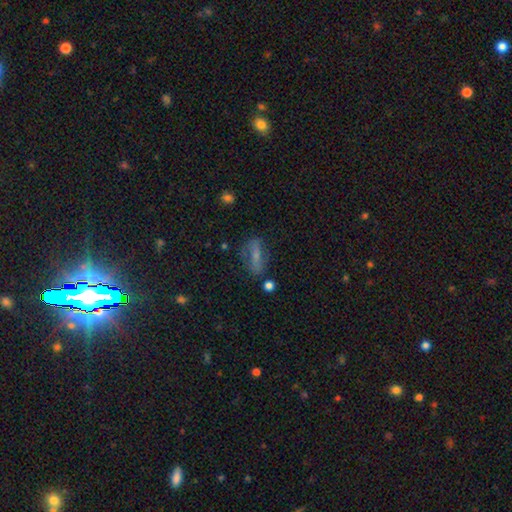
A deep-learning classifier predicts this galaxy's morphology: Smooth or featured?
  - smooth: 55% *
  - featured or disk: 31%
  - star or artifact: 14%
How rounded?
  - in between: 57% *
  - cigar-shaped: 36%
  - round: 7%
Merging?
  - none: 64% *
  - minor disturbance: 20%
  - major disturbance: 11%
  - merger: 4%